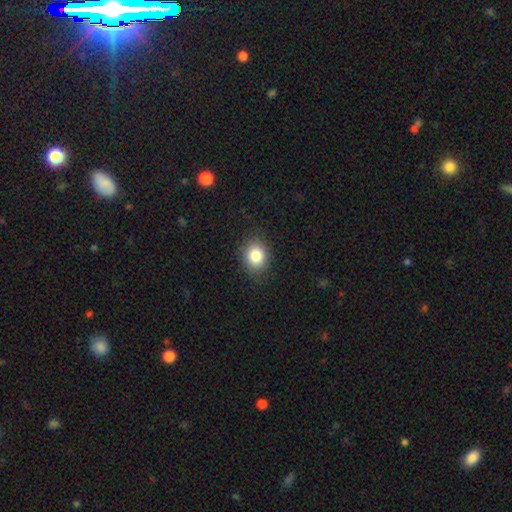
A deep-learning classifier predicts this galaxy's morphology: This appears to be a smooth galaxy with no disk features (83%) that is round (59%). Merging: none (86%).